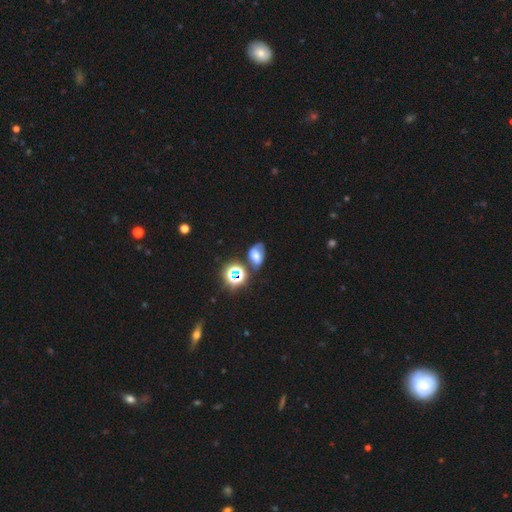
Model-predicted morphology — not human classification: A smooth galaxy with no disk features (46%). Merging: none (52%).